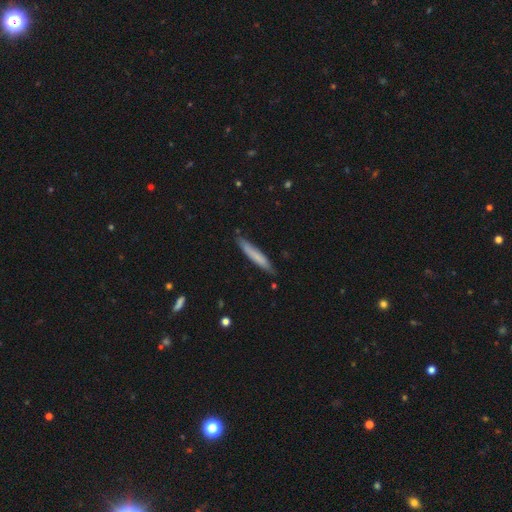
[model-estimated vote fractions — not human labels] This appears to be a smooth galaxy with no disk features (69%) that is cigar-shaped (93%). Merging: none (81%).